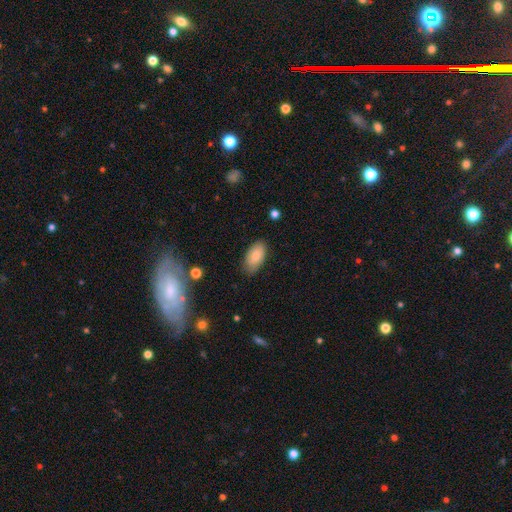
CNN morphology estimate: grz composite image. It shows a smooth galaxy with no disk features (83%) that is in between round and cigar-shaped (94%). Merging: none (80%).